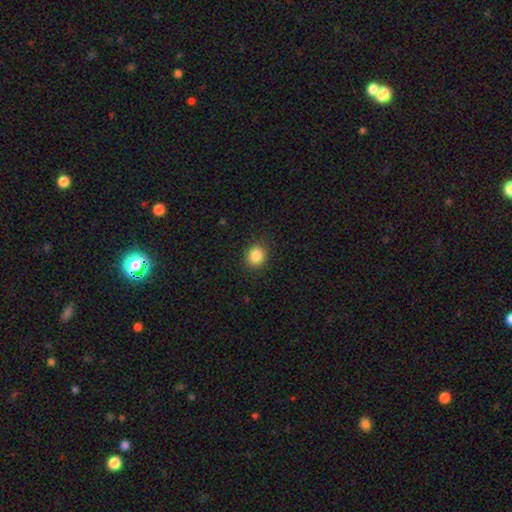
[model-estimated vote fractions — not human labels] Smooth or featured? smooth (86%)
How rounded? round (76%)
Merging? none (89%)